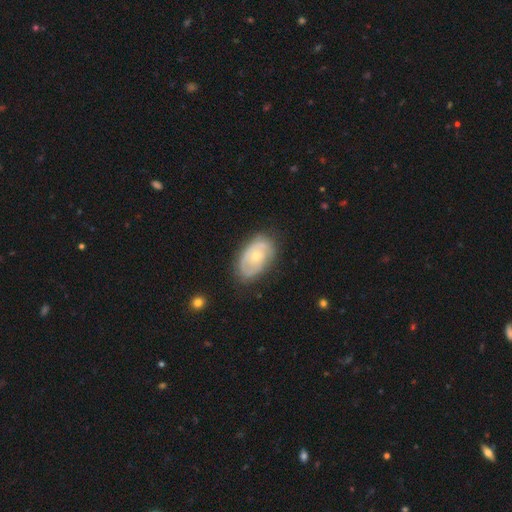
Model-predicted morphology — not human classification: smooth_or_featured: featured or disk (p=0.66) [alt: smooth p=0.29]
disk_edge_on: no (p=0.95) [alt: yes p=0.05]
bar: no (p=0.82) [alt: weak p=0.15]
has_spiral_arms: yes (p=0.63) [alt: no p=0.37]
bulge_size: small (p=0.48) [alt: moderate p=0.47]
merging: none (p=0.71) [alt: minor disturbance p=0.21]